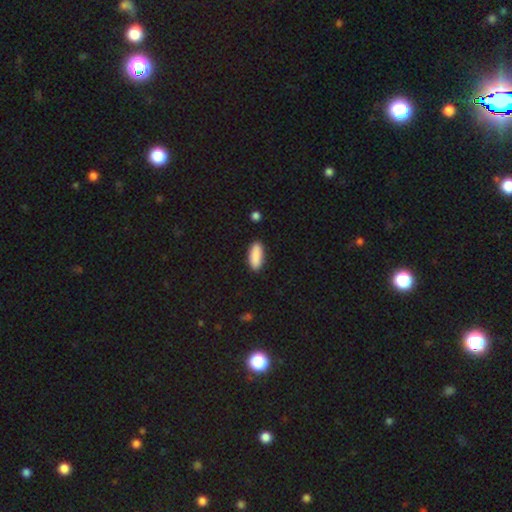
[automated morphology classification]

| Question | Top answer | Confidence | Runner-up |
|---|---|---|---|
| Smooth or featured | smooth | 90% | star or artifact (6%) |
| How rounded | in between | 73% | cigar-shaped (25%) |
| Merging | none | 89% | minor disturbance (8%) |